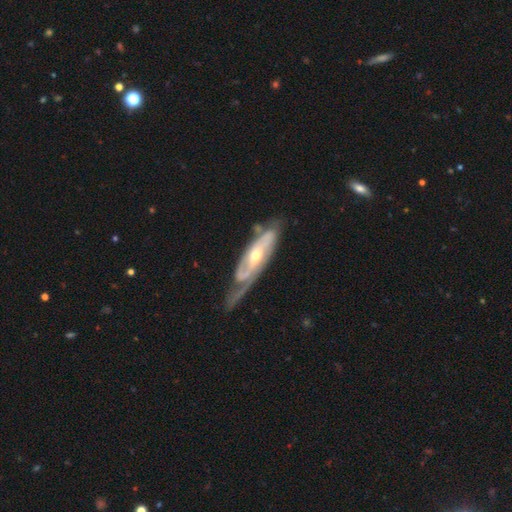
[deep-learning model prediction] featured or disk 86%, smooth 9%, star or artifact 5%. Down the decision tree: edge-on disk — no (84%); bar — no (52%); spiral arms — yes (93%); spiral arm count — 2 (58%); spiral winding — tight (52%); bulge size — moderate (55%); merging — none (55%).